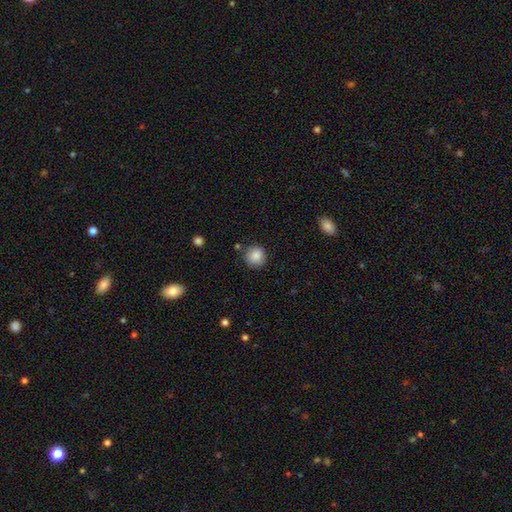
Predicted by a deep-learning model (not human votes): Smooth or featured?
  - smooth: 87% *
  - star or artifact: 9%
  - featured or disk: 4%
How rounded?
  - round: 92% *
  - in between: 7%
  - cigar-shaped: 1%
Merging?
  - none: 85% *
  - minor disturbance: 9%
  - merger: 3%
  - major disturbance: 2%